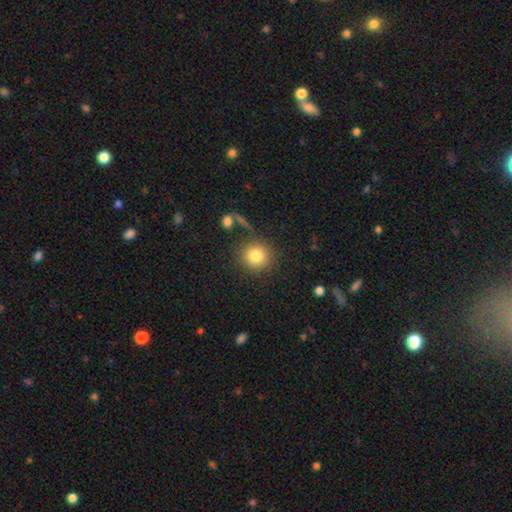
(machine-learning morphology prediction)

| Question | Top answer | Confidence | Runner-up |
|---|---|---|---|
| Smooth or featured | smooth | 83% | star or artifact (10%) |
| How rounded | round | 90% | in between (9%) |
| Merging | none | 81% | minor disturbance (9%) |